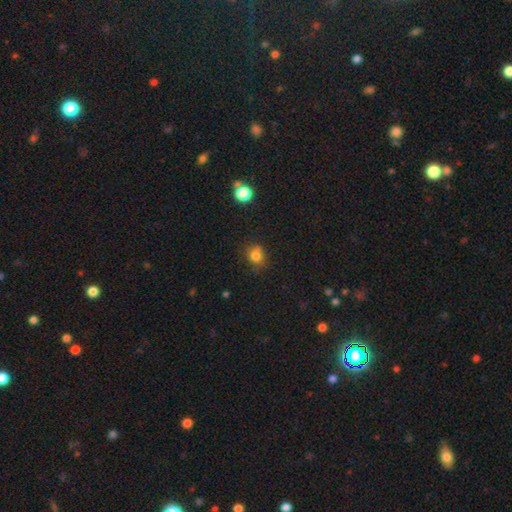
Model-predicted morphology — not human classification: type=smooth (80%); roundness=round (74%); merging=none (65%).